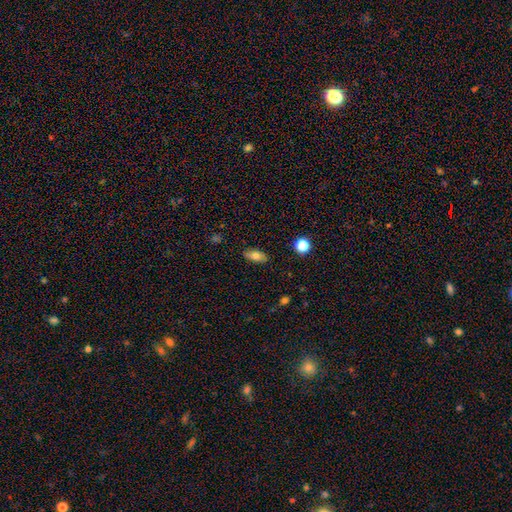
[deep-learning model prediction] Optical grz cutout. It shows a smooth galaxy with no disk features (76%) that is in between round and cigar-shaped (84%). Merging: none (87%).